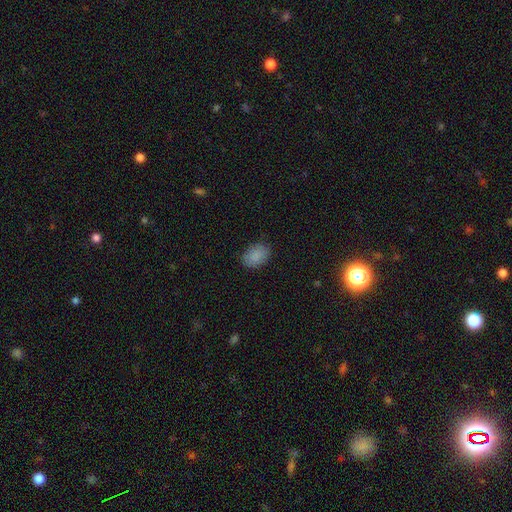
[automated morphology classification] This appears to be a smooth galaxy with no disk features (88%) that is in between round and cigar-shaped (81%). Merging: none (85%).